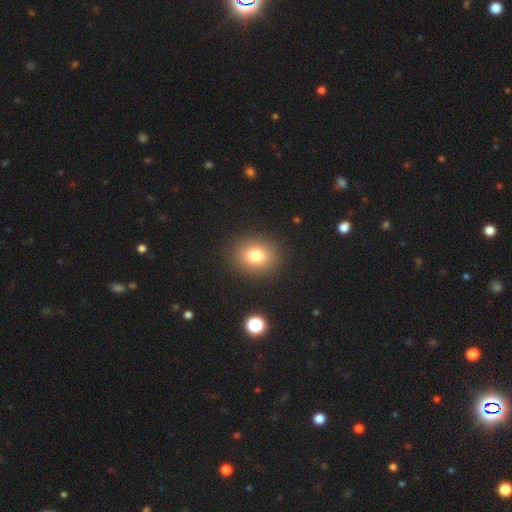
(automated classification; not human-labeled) Smooth or featured: smooth — 79% (star or artifact — 13%)
How rounded: round — 64% (in between — 35%)
Merging: none — 89% (minor disturbance — 7%)